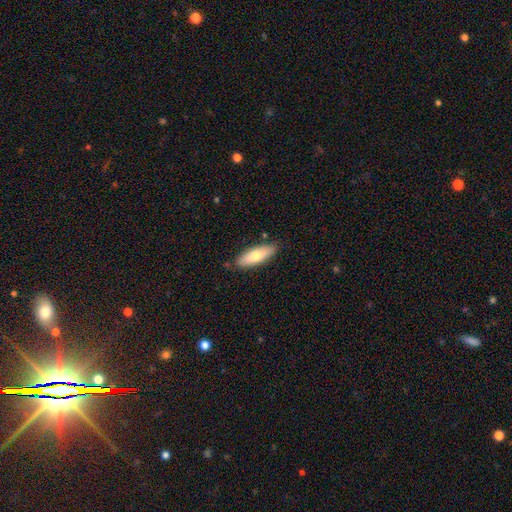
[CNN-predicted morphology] This appears to be a smooth galaxy with no disk features (72%) that is in between round and cigar-shaped (60%). Merging: none (84%).